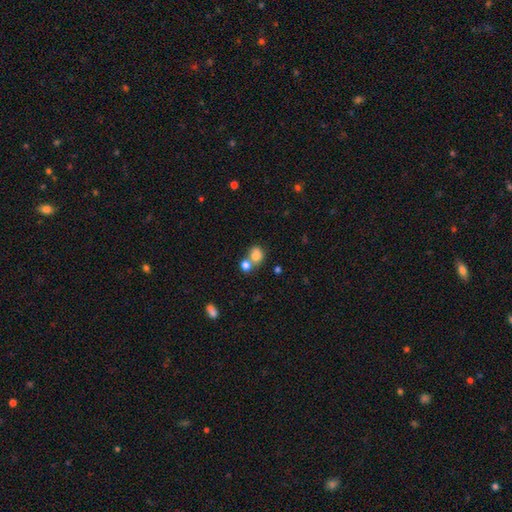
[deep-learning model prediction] smooth-or-featured: smooth: 79% | star or artifact: 11% | featured or disk: 10%
  how-rounded: round: 64% | in between: 35% | cigar-shaped: 1%
  merging: merger: 45% | none: 40% | minor disturbance: 10% | major disturbance: 5%